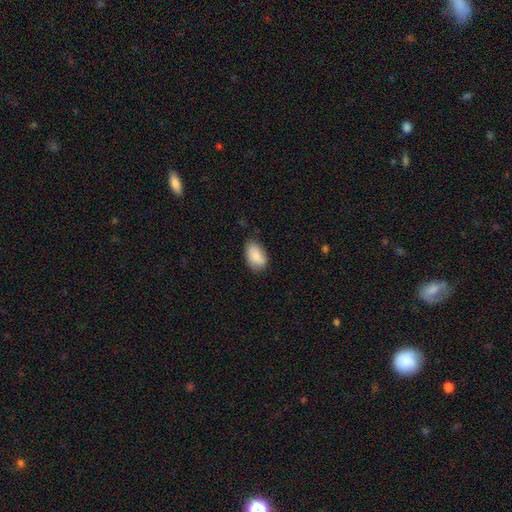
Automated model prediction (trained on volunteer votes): Q: Smooth or featured?
A: smooth (85%); runner-up: featured or disk (8%)
Q: How rounded?
A: in between (91%); runner-up: round (7%)
Q: Merging?
A: none (71%); runner-up: minor disturbance (23%)